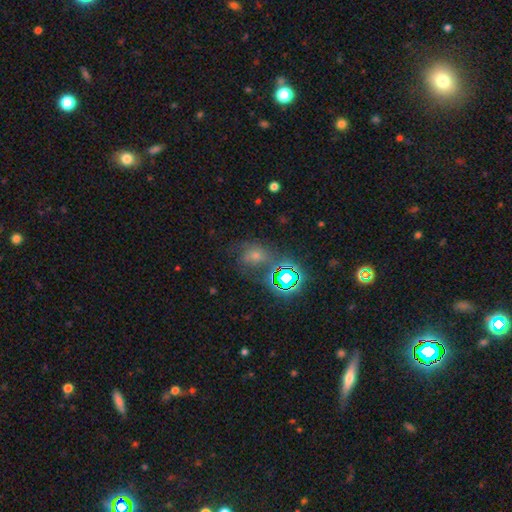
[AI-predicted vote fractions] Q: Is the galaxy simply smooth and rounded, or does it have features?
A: smooth — 45%.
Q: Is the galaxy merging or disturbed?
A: none — 48%.